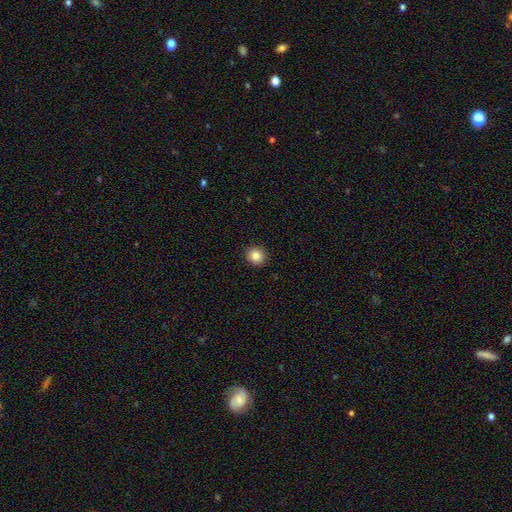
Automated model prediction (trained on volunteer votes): This is clearly a smooth galaxy (85%). How rounded: clearly round (87%). Merging: clearly none (92%).